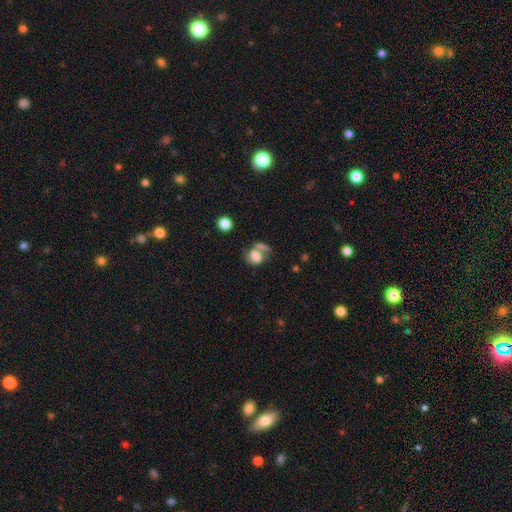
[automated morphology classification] Overall: smooth (64%; featured or disk 25%). How rounded: in between (57%; round 42%). Merging: merger (41%; none 31%).